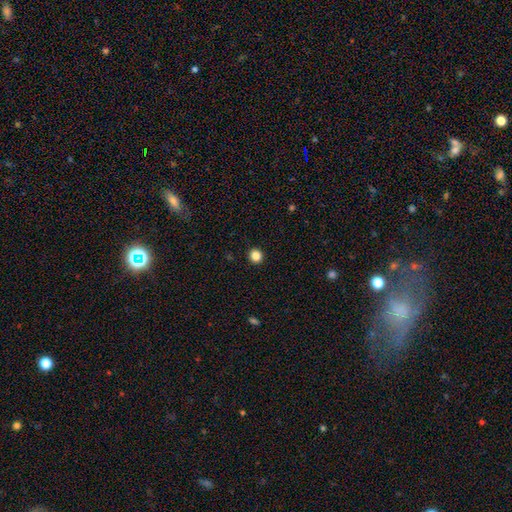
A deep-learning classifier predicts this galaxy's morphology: Smooth or featured: smooth — 85% (star or artifact — 12%)
How rounded: round — 91% (in between — 8%)
Merging: none — 93% (minor disturbance — 4%)